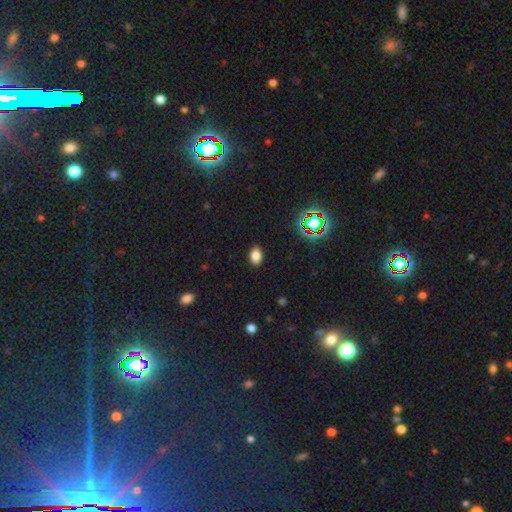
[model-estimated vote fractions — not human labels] A smooth galaxy with no disk features (79%) that is in between round and cigar-shaped (88%).

Vote fractions:
- Smooth or featured? smooth: 79% / star or artifact: 15% / featured or disk: 6%
- How rounded? in between: 88% / round: 10% / cigar-shaped: 2%
- Merging? none: 89% / minor disturbance: 8% / major disturbance: 2% / merger: 1%